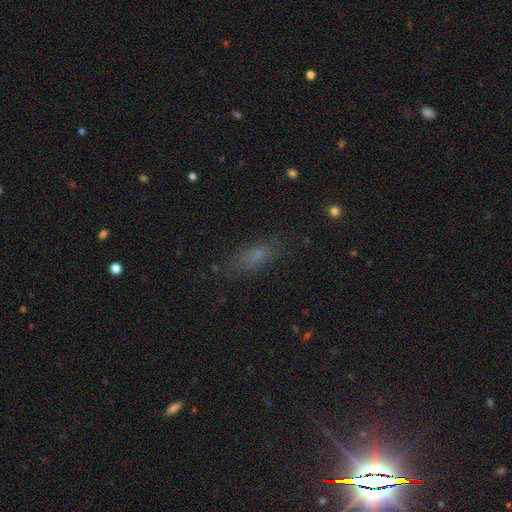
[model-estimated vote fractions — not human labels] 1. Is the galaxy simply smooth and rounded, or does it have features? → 70% smooth, 17% star or artifact, 13% featured or disk.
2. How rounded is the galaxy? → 67% in between, 28% cigar-shaped, 5% round.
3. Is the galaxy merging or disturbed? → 73% none, 17% minor disturbance, 7% major disturbance, 2% merger.